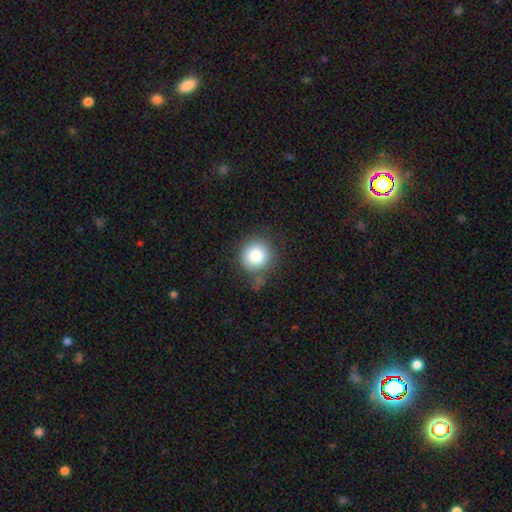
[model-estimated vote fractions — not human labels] Morphology: type=smooth (81%); roundness=round (91%); merging=none (72%).